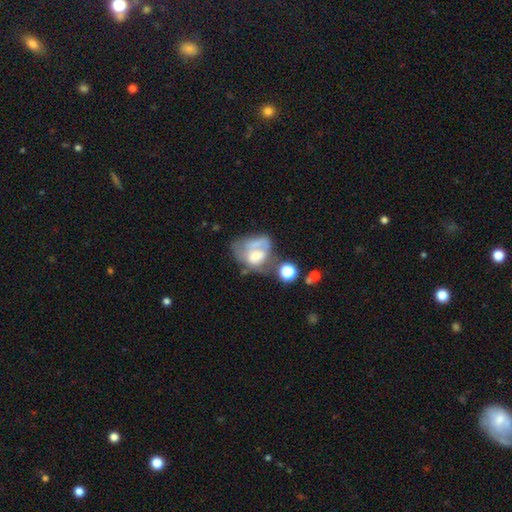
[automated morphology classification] Smooth or featured? Predicted: smooth (p=0.46). Merging? Predicted: merger (p=0.35).